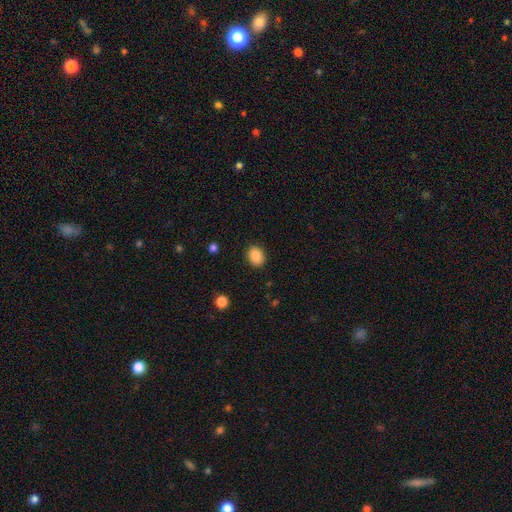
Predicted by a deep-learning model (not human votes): Q: Smooth or featured?
A: smooth (88%); runner-up: star or artifact (9%)
Q: How rounded?
A: in between (51%); runner-up: round (48%)
Q: Merging?
A: none (89%); runner-up: minor disturbance (8%)